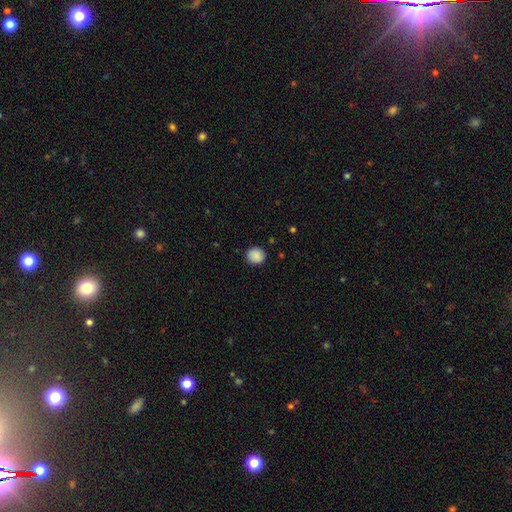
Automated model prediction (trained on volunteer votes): This is clearly a smooth galaxy (88%). How rounded: clearly round (83%). Merging: clearly none (88%).